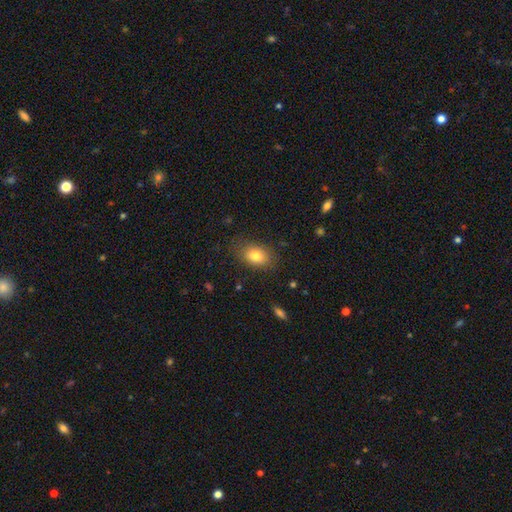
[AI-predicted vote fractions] smooth-or-featured: smooth: 80% | featured or disk: 10% | star or artifact: 9%
  how-rounded: in between: 79% | round: 19% | cigar-shaped: 1%
  merging: none: 80% | minor disturbance: 14% | major disturbance: 4% | merger: 1%